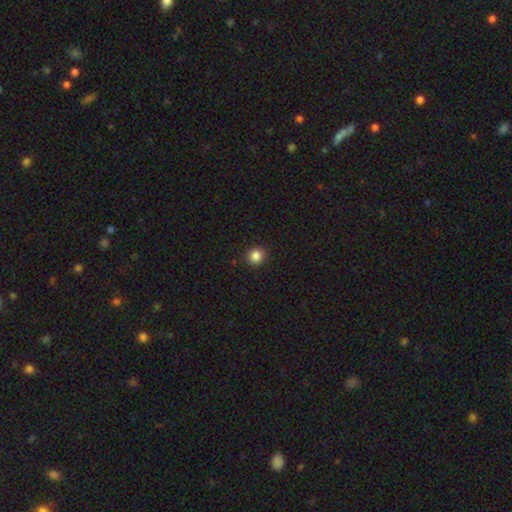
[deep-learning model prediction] smooth-or-featured: smooth: 85% | star or artifact: 11% | featured or disk: 4%
  how-rounded: round: 86% | in between: 13% | cigar-shaped: 1%
  merging: none: 91% | minor disturbance: 6% | major disturbance: 2% | merger: 1%